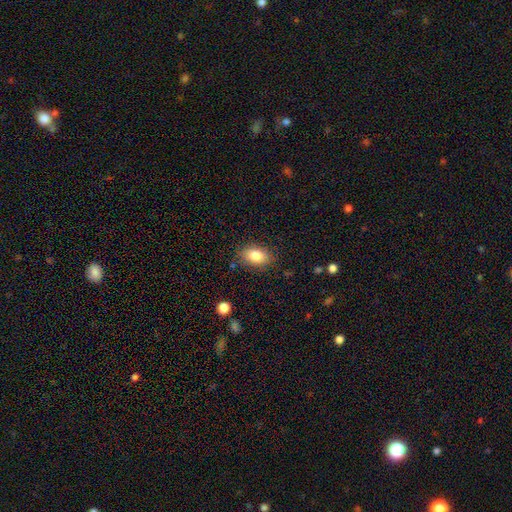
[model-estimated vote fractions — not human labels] smooth 83%, featured or disk 9%, star or artifact 8%. Down the decision tree: how rounded — in between (85%); merging — none (83%).